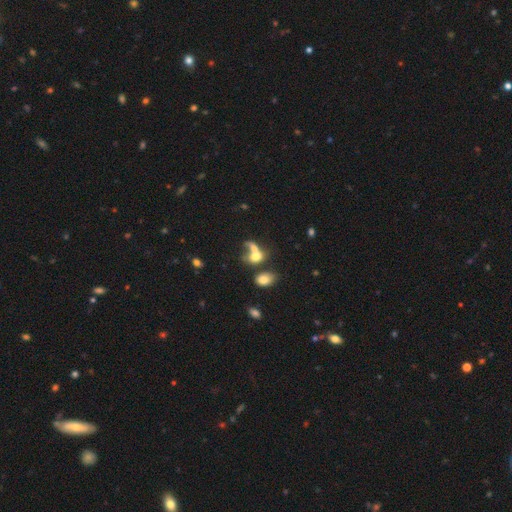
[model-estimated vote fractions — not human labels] A smooth galaxy with no disk features (63%) that is in between round and cigar-shaped (70%).

Vote fractions:
- Smooth or featured? smooth: 63% / featured or disk: 24% / star or artifact: 13%
- How rounded? in between: 70% / round: 27% / cigar-shaped: 3%
- Merging? merger: 63% / none: 18% / major disturbance: 11% / minor disturbance: 8%